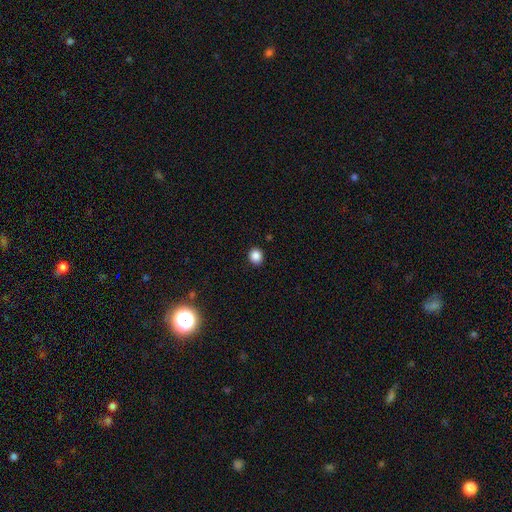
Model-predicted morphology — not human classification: This is clearly a smooth galaxy (86%). How rounded: clearly round (81%). Merging: clearly none (92%).